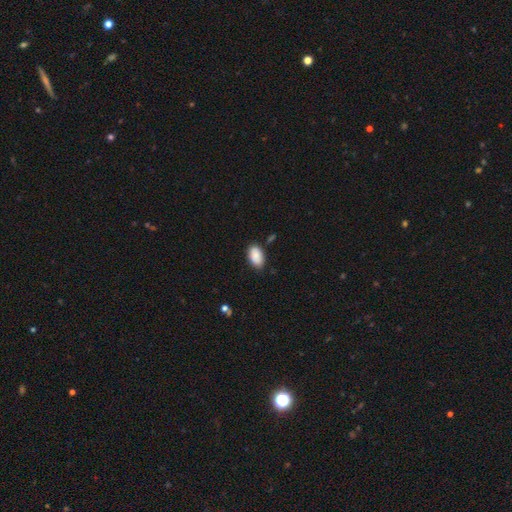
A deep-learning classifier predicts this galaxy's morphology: Overall: smooth (88%). How rounded: in between (94%). Merging: none (79%).